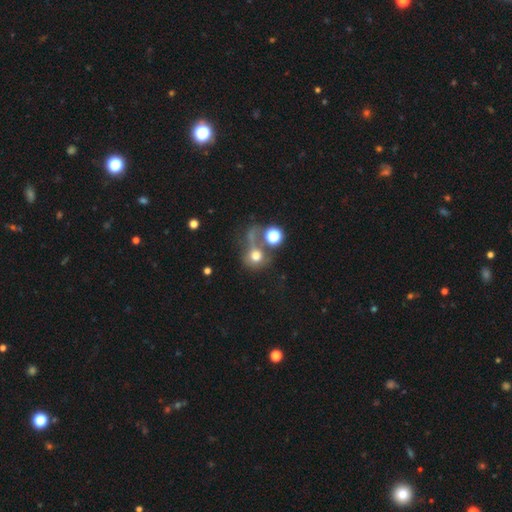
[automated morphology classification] This appears to be a smooth galaxy with no disk features (65%) that is round (76%). Merging: merger (30%).